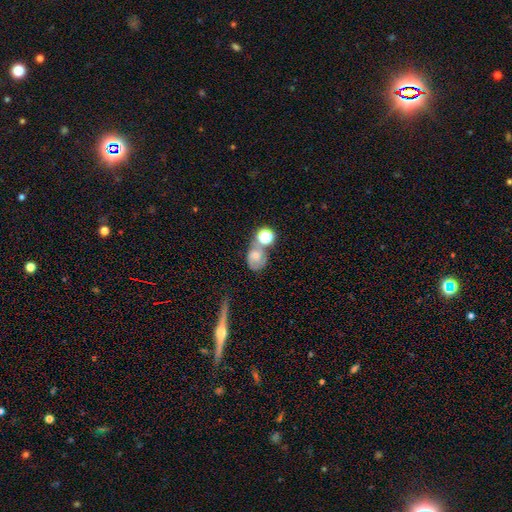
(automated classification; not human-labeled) A featured or disk galaxy (46%). Merging: none (41%).